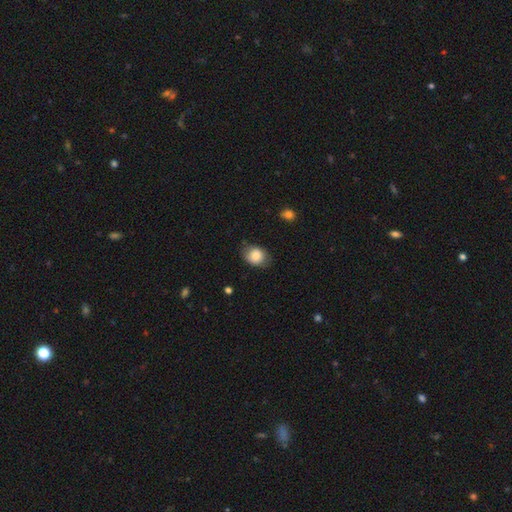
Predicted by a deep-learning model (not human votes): Overall: smooth (83%). How rounded: round (52%; in between 47%). Merging: none (71%).